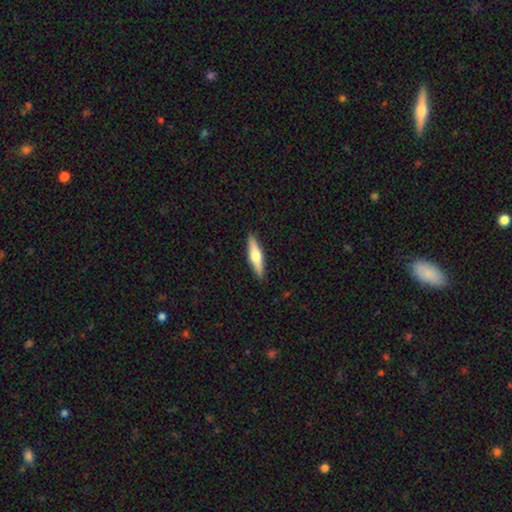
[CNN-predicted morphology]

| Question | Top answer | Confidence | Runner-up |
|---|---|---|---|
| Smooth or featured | featured or disk | 53% | smooth (42%) |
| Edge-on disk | yes | 95% | no (5%) |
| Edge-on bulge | rounded | 93% | boxy (4%) |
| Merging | none | 91% | minor disturbance (7%) |